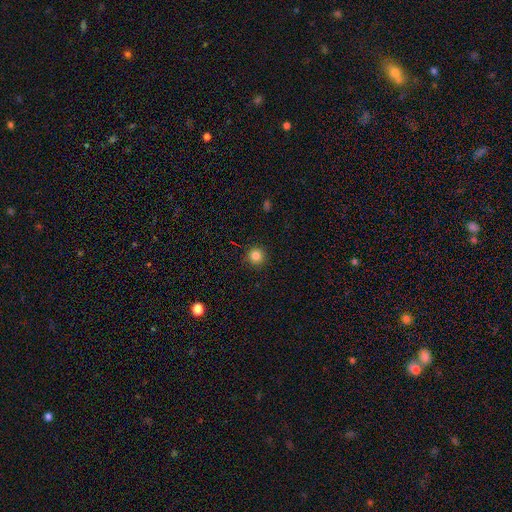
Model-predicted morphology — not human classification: Smooth or featured? smooth (83%)
How rounded? round (95%)
Merging? none (91%)